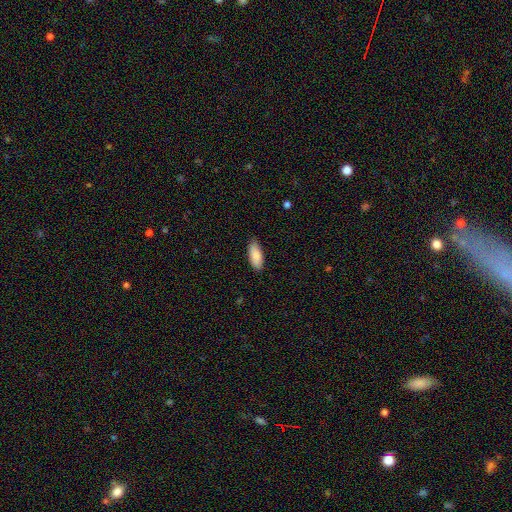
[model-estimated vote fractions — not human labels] A smooth galaxy with no disk features (89%) that is in between round and cigar-shaped (80%). Merging: none (85%).